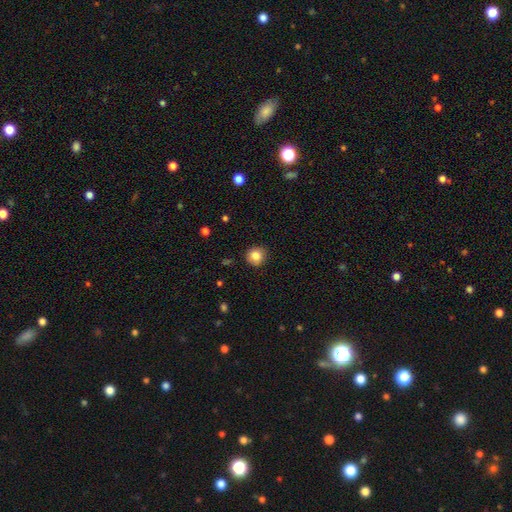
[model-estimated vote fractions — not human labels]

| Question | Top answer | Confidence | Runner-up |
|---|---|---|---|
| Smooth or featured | smooth | 84% | star or artifact (10%) |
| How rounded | round | 89% | in between (10%) |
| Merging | none | 88% | minor disturbance (9%) |